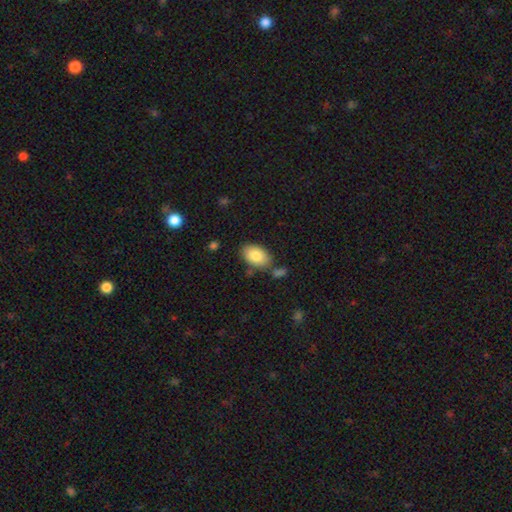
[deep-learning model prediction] A smooth galaxy with no disk features (84%) that is in between round and cigar-shaped (90%).

Vote fractions:
- Smooth or featured? smooth: 84% / featured or disk: 10% / star or artifact: 7%
- How rounded? in between: 90% / round: 8% / cigar-shaped: 1%
- Merging? none: 74% / minor disturbance: 15% / merger: 8% / major disturbance: 4%